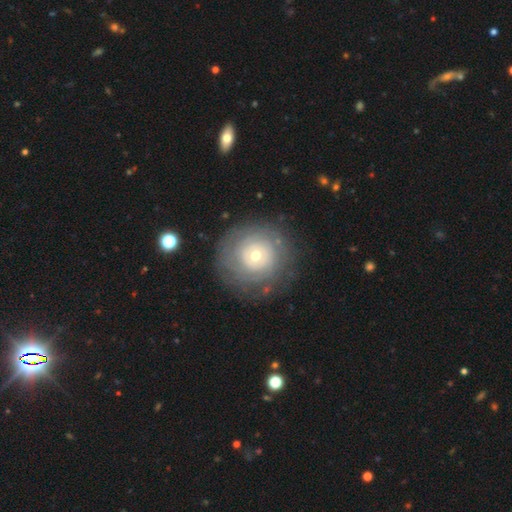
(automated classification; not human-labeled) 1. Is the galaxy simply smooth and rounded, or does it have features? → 60% featured or disk, 32% smooth, 8% star or artifact.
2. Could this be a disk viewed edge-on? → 97% no, 3% yes.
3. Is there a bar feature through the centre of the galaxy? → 86% no, 11% weak, 3% strong.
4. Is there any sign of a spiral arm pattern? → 58% yes, 42% no.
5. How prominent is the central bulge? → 47% small (tied), 47% moderate (tied), 4% large, 1% dominant, 1% none.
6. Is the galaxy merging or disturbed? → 81% none, 11% minor disturbance, 6% major disturbance, 1% merger.